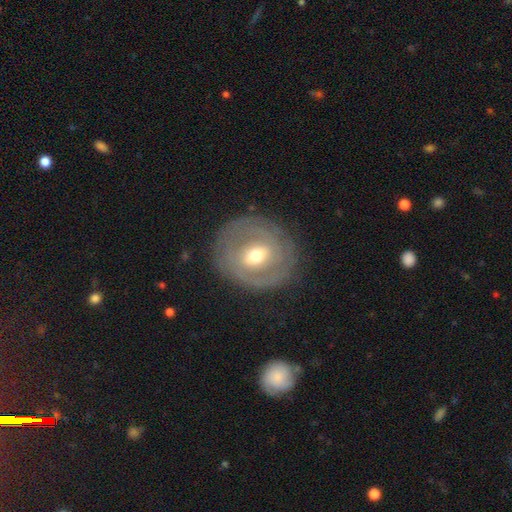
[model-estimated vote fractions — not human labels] The model was most divided on "bar": weak: 47%, no: 29%, strong: 24%. More confident: edge-on disk — no (95%); merging — none (80%); smooth or featured — featured or disk (69%); bulge size — moderate (67%); spiral arms — yes (60%).